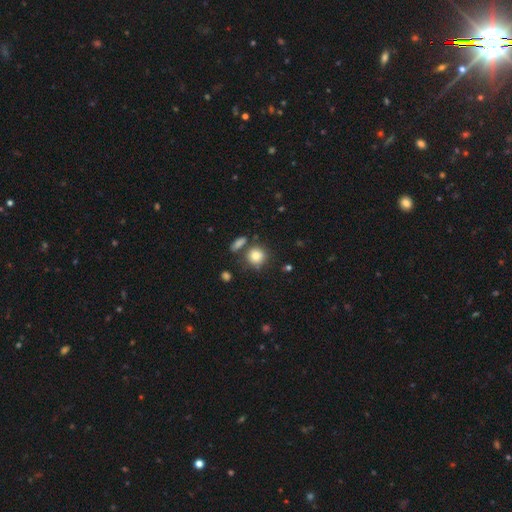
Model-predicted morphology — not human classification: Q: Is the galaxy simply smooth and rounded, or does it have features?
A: smooth — 82%.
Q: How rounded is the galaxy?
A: round — 84%.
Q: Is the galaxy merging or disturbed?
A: none — 70%.